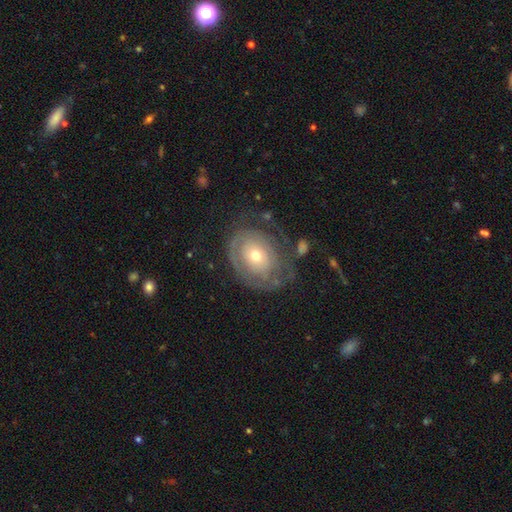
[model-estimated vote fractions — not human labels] Smooth or featured?
  - featured or disk: 61% *
  - smooth: 31%
  - star or artifact: 8%
Edge-on disk?
  - no: 95% *
  - yes: 5%
Bar?
  - no: 85% *
  - weak: 12%
  - strong: 3%
Spiral arms?
  - yes: 57% *
  - no: 43%
Bulge size?
  - moderate: 51% *
  - small: 43%
  - large: 4%
  - dominant: 1%
  - none: 1%
Merging?
  - none: 56% *
  - minor disturbance: 21%
  - major disturbance: 20%
  - merger: 3%